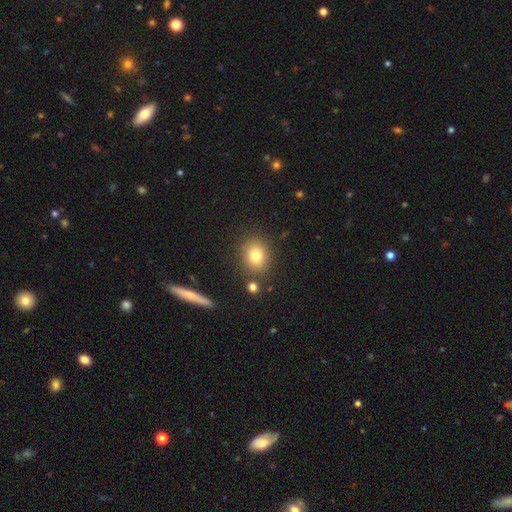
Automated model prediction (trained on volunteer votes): Morphology: type=smooth (78%); roundness=round (67%); merging=none (82%).